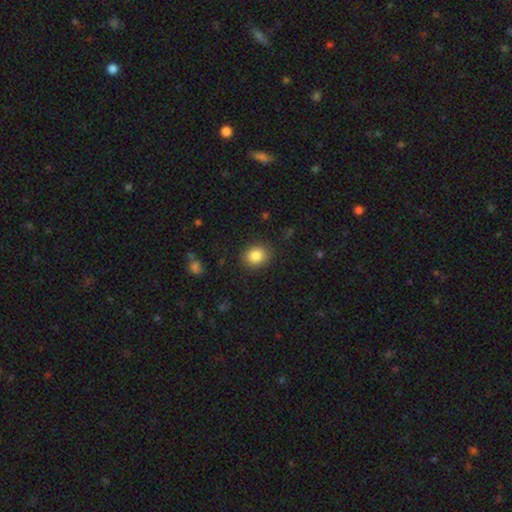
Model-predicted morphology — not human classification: smooth 85%, star or artifact 9%, featured or disk 6%. Down the decision tree: how rounded — round (63%); merging — none (86%).